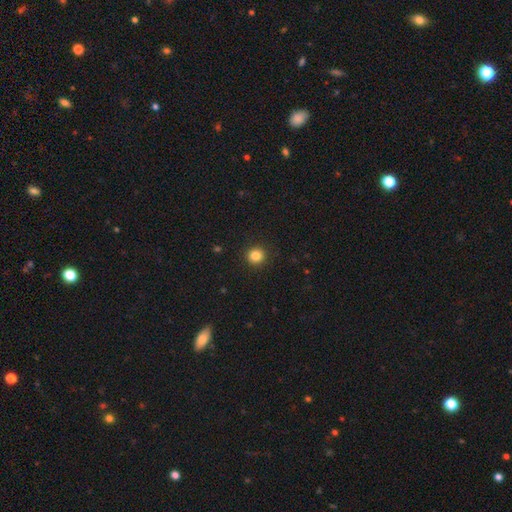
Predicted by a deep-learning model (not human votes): Smooth or featured? smooth (84%)
How rounded? round (93%)
Merging? none (92%)